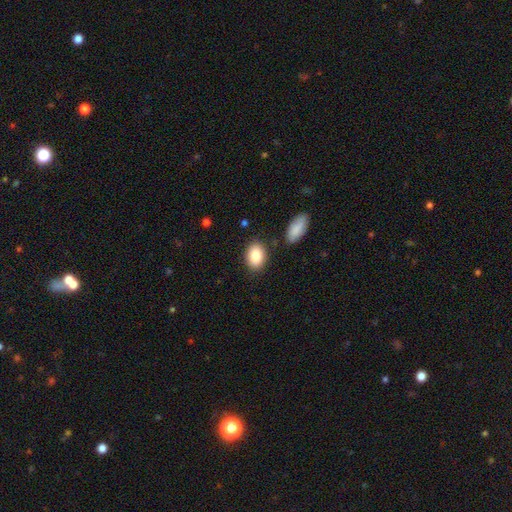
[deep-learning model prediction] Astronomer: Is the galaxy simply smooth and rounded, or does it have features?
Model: smooth — 88%.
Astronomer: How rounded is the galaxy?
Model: in between — 84%.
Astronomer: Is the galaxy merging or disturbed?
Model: none — 81%.